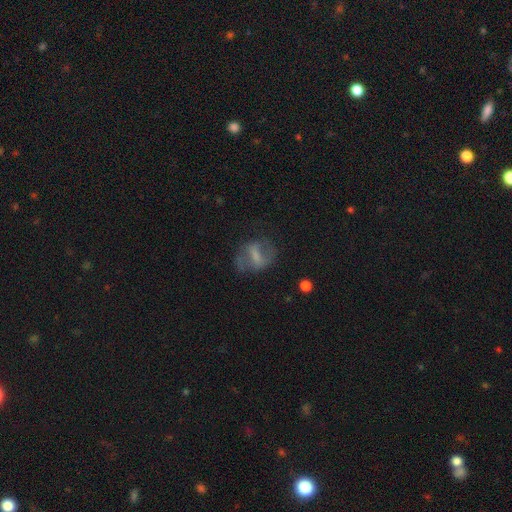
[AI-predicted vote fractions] Smooth or featured?
  - featured or disk: 55% *
  - smooth: 35%
  - star or artifact: 10%
Edge-on disk?
  - no: 94% *
  - yes: 6%
Bar?
  - strong: 44% *
  - weak: 37%
  - no: 19%
Spiral arms?
  - yes: 50% * (tied)
  - no: 50% * (tied)
Bulge size?
  - none: 38% *
  - small: 26%
  - moderate: 26%
  - large: 8%
  - dominant: 1%
Merging?
  - none: 60% *
  - minor disturbance: 20%
  - major disturbance: 17%
  - merger: 2%